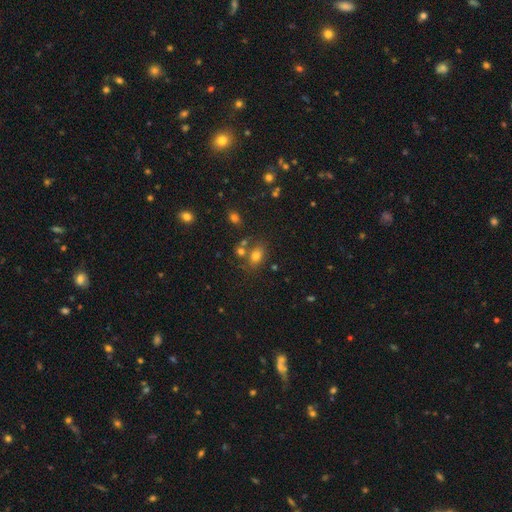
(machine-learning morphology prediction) smooth 75%, star or artifact 14%, featured or disk 11%. Down the decision tree: how rounded — in between (74%); merging — none (61%).